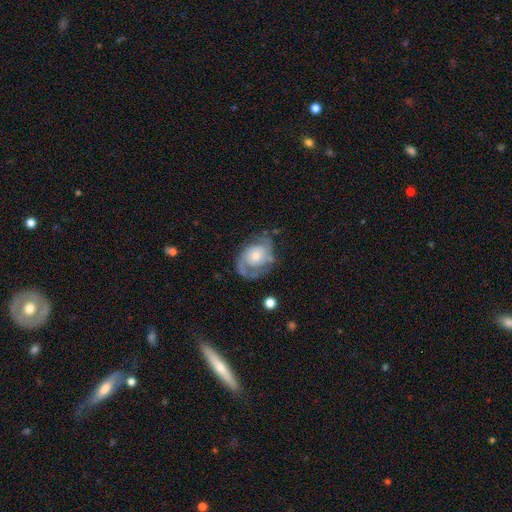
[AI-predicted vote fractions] smooth_or_featured: featured or disk (p=0.75) [alt: smooth p=0.19]
disk_edge_on: no (p=0.97) [alt: yes p=0.03]
bar: no (p=0.75) [alt: weak p=0.22]
has_spiral_arms: yes (p=0.88) [alt: no p=0.12]
spiral_winding: medium (p=0.41) [alt: tight p=0.40]
spiral_arm_count: 2 (p=0.57) [alt: 1 p=0.18]
bulge_size: moderate (p=0.47) [alt: small p=0.38]
merging: none (p=0.54) [alt: minor disturbance p=0.24]